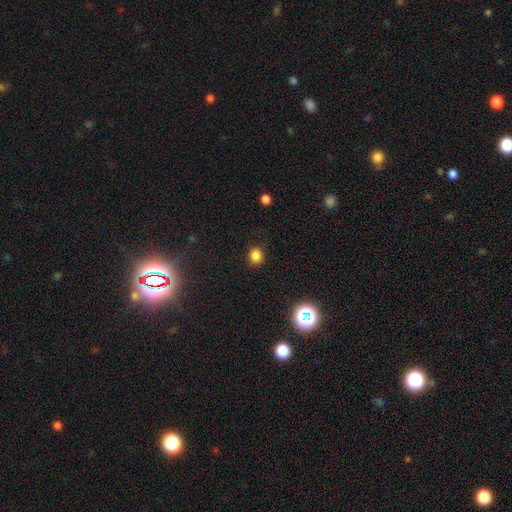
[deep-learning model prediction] smooth-or-featured: smooth: 82% | star or artifact: 14% | featured or disk: 4%
  how-rounded: round: 74% | in between: 25% | cigar-shaped: 1%
  merging: none: 88% | minor disturbance: 8% | major disturbance: 3% | merger: 1%